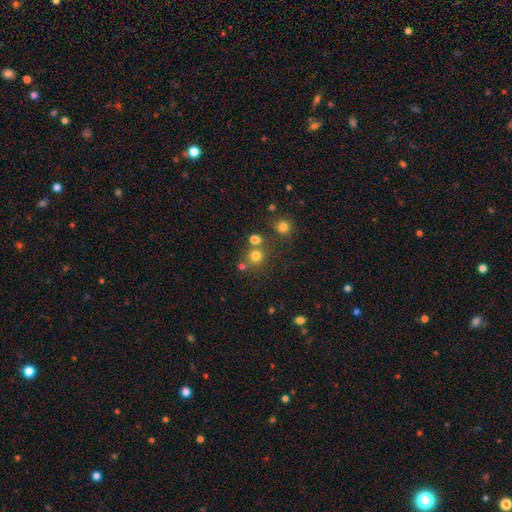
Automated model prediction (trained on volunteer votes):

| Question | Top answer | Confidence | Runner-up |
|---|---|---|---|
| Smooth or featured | smooth | 74% | star or artifact (18%) |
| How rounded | round | 89% | in between (10%) |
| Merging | none | 67% | merger (22%) |